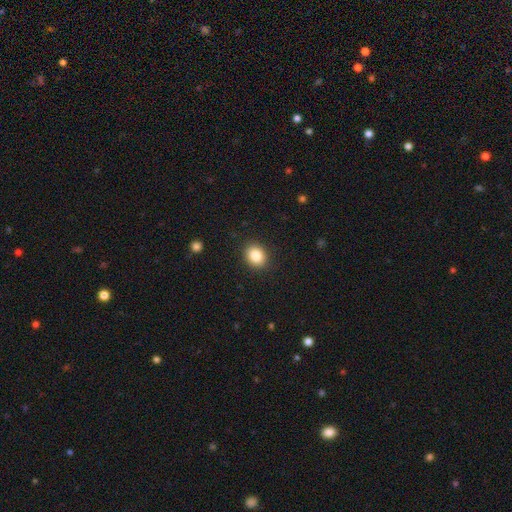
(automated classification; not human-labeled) Smooth or featured? smooth (85%)
How rounded? round (57%)
Merging? none (90%)